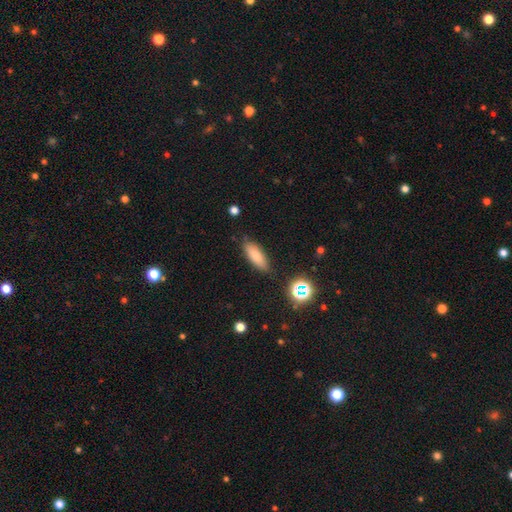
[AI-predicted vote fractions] smooth_or_featured: smooth (p=0.79) [alt: featured or disk p=0.12]
how_rounded: in between (p=0.63) [alt: cigar-shaped p=0.35]
merging: none (p=0.84) [alt: minor disturbance p=0.11]